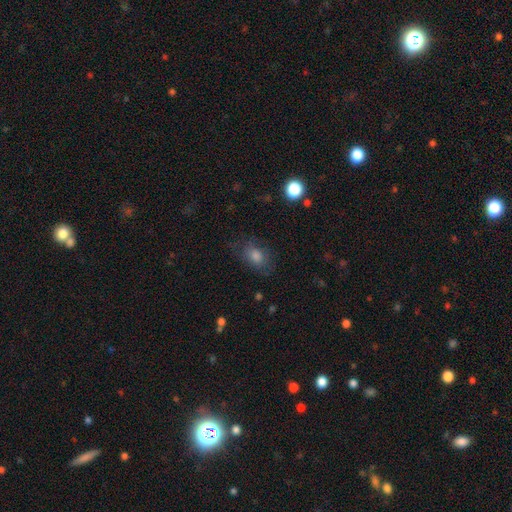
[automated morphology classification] type=smooth (68%); roundness=in between (73%); merging=none (71%).